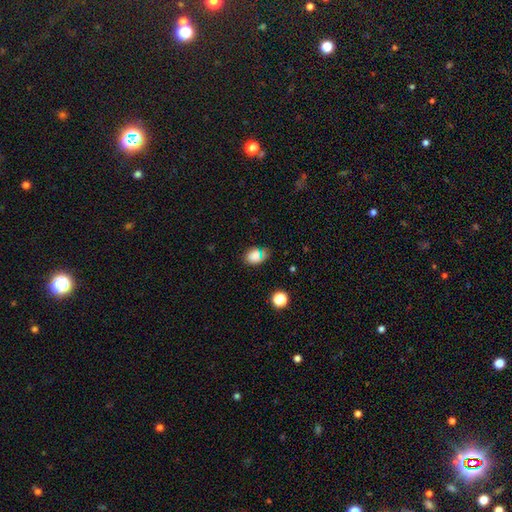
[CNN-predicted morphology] A smooth galaxy with no disk features (75%) that is in between round and cigar-shaped (63%). Merging: none (73%).